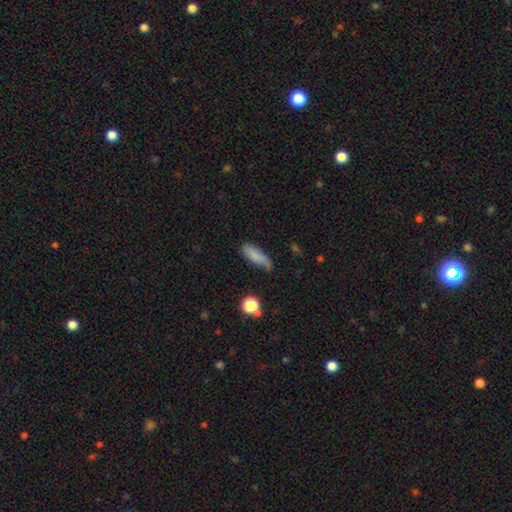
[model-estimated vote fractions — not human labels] A smooth galaxy with no disk features (80%) that is in between round and cigar-shaped (58%).

Vote fractions:
- Smooth or featured? smooth: 80% / featured or disk: 11% / star or artifact: 9%
- How rounded? in between: 58% / cigar-shaped: 39% / round: 3%
- Merging? none: 57% / minor disturbance: 32% / major disturbance: 8% / merger: 3%